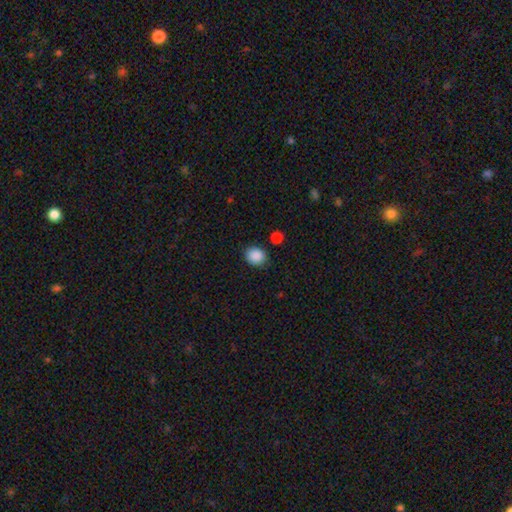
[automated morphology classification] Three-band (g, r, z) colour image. It shows a smooth galaxy with no disk features (89%) that is round (65%). Merging: none (83%).